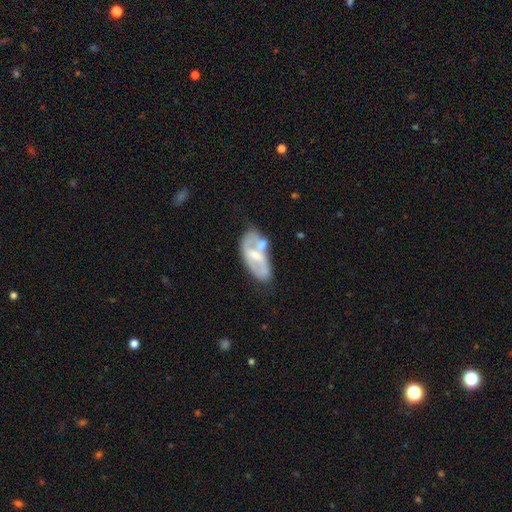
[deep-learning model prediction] featured or disk 63%, smooth 31%, star or artifact 6%. Down the decision tree: edge-on disk — no (92%); bar — weak (38%); spiral arms — no (52%); bulge size — moderate (45%); merging — none (39%).